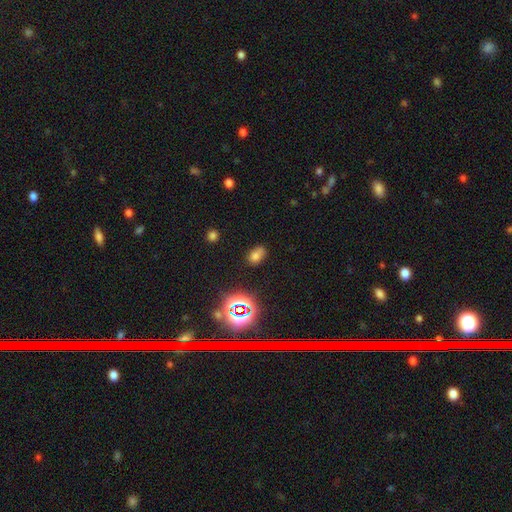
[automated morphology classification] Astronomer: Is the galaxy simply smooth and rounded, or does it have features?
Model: smooth — 65%.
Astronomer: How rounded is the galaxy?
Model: in between — 81%.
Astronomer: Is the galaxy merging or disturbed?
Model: none — 66%.